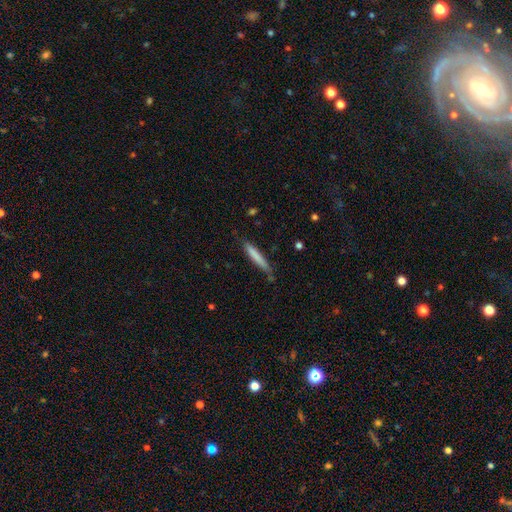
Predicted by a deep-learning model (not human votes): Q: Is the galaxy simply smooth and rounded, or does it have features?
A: smooth — 75%.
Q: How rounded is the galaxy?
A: cigar-shaped — 94%.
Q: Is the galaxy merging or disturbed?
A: none — 74%.